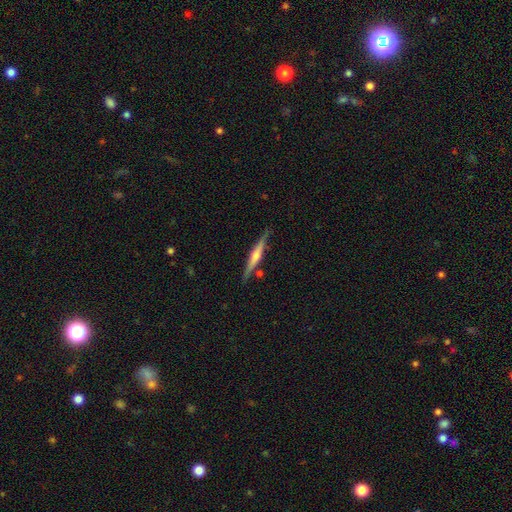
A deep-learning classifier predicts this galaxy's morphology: This is likely a featured or disk galaxy (69%). It is clearly viewed edge-on (97%). Edge-on bulge: likely rounded (76%). Merging: clearly none (82%).